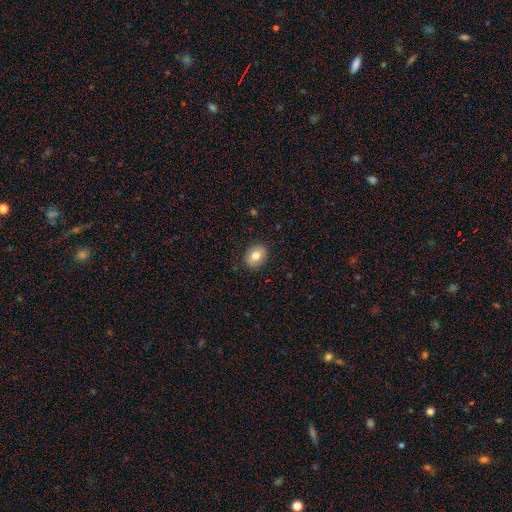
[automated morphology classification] Smooth or featured?
  - smooth: 79% *
  - featured or disk: 12%
  - star or artifact: 8%
How rounded?
  - in between: 60% *
  - round: 39%
  - cigar-shaped: 1%
Merging?
  - none: 88% *
  - minor disturbance: 9%
  - major disturbance: 2%
  - merger: 1%